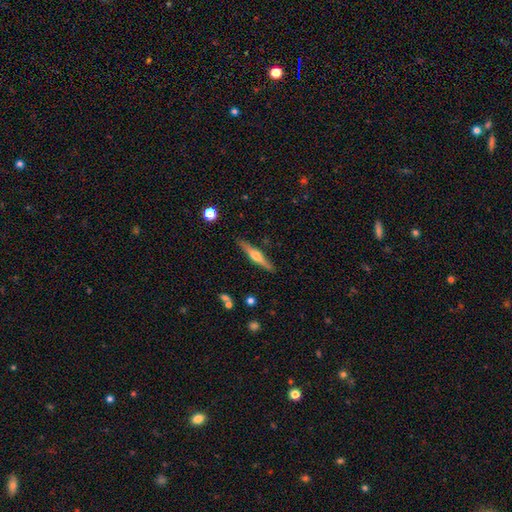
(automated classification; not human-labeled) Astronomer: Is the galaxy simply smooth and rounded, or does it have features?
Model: featured or disk — 65%.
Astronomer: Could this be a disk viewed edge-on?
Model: yes — 97%.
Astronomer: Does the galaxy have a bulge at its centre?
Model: rounded — 90%.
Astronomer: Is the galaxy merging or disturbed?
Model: none — 89%.